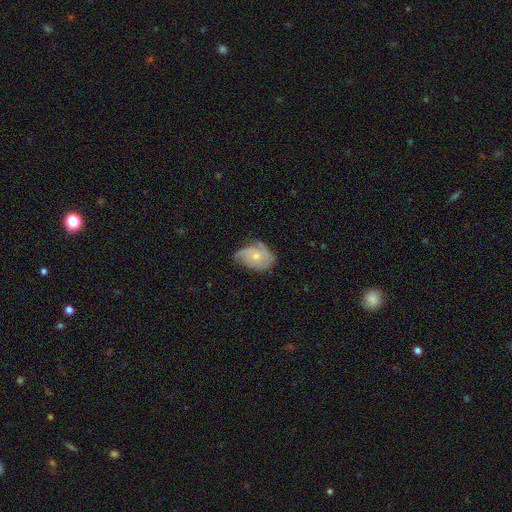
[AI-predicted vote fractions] A featured or disk galaxy (59%) with no bar (79%), spiral arms (83%) and a small central bulge (54%).

Vote fractions:
- Smooth or featured? featured or disk: 59% / smooth: 34% / star or artifact: 6%
- Edge-on disk? no: 96% / yes: 4%
- Bar? no: 79% / weak: 18% / strong: 3%
- Spiral arms? yes: 83% / no: 17%
- Bulge size? small: 54% / moderate: 41% / none: 2% / large: 2% / dominant: 1%
- Merging? none: 44% / minor disturbance: 38% / major disturbance: 16% / merger: 2%